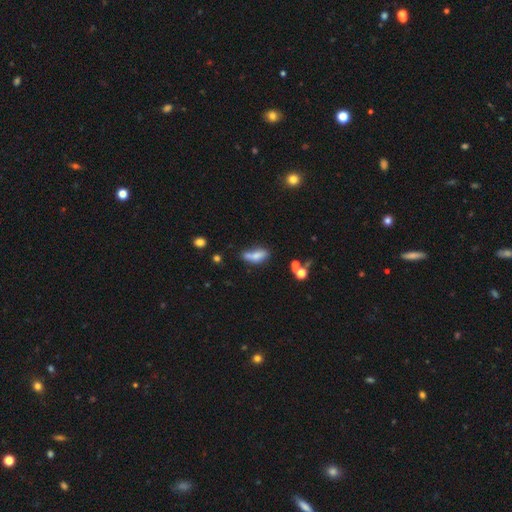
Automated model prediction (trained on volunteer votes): A smooth galaxy with no disk features (70%) that is in between round and cigar-shaped (71%).

Vote fractions:
- Smooth or featured? smooth: 70% / featured or disk: 19% / star or artifact: 11%
- How rounded? in between: 71% / cigar-shaped: 25% / round: 5%
- Merging? none: 38% / merger: 28% / minor disturbance: 23% / major disturbance: 11%